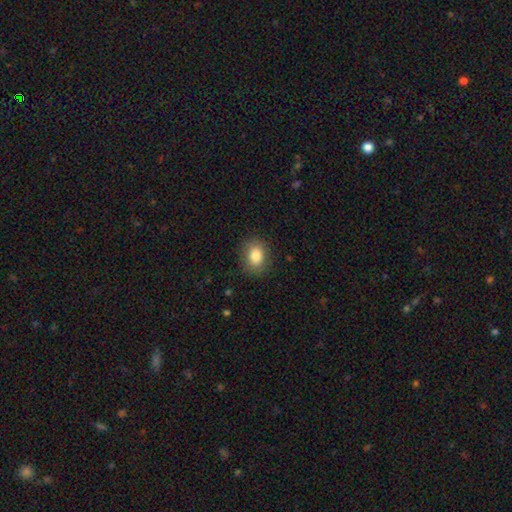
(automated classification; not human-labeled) This is clearly a smooth galaxy (85%). How rounded: possibly in between (60%). Merging: clearly none (86%).